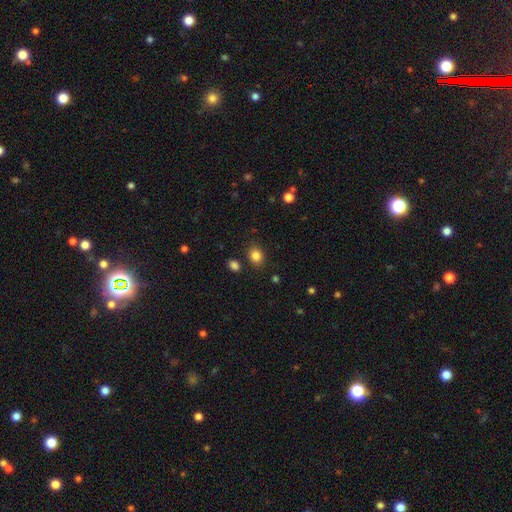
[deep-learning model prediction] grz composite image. It shows a smooth galaxy with no disk features (85%) that is round (54%). Merging: none (84%).